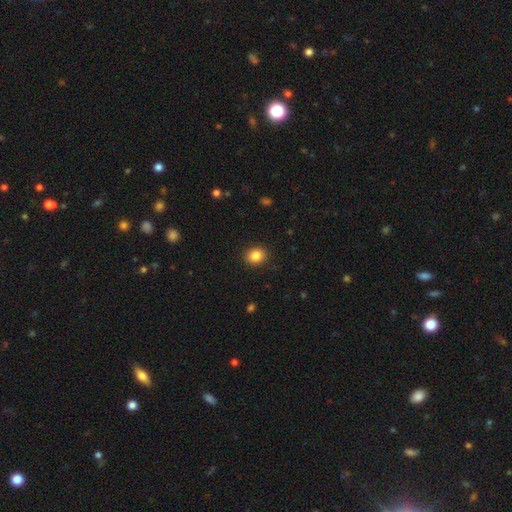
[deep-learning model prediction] Smooth or featured? smooth (85%)
How rounded? round (70%)
Merging? none (91%)